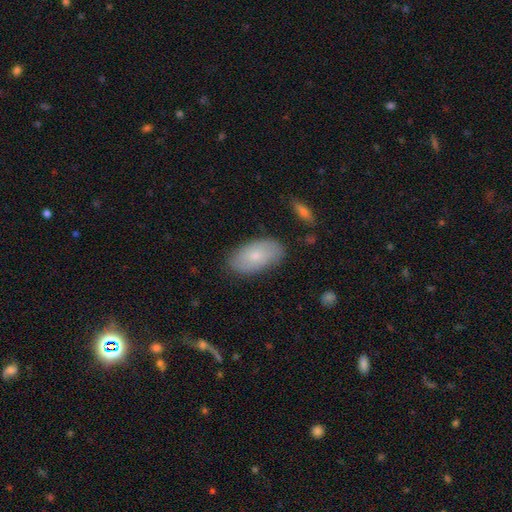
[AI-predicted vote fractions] Overall: smooth (72%). How rounded: in between (94%). Merging: none (82%).